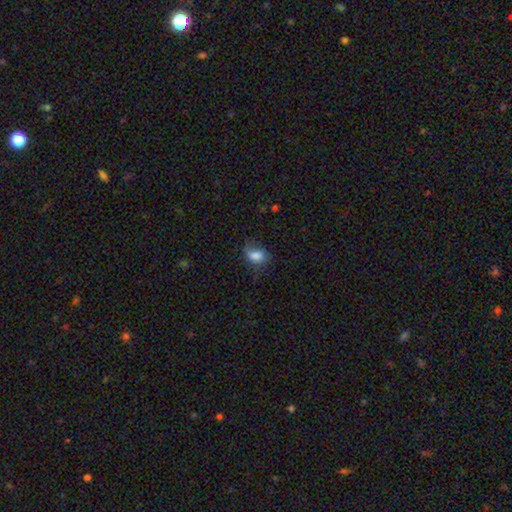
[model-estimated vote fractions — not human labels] Overall: smooth (79%). How rounded: in between (80%). Merging: none (54%; minor disturbance 29%).